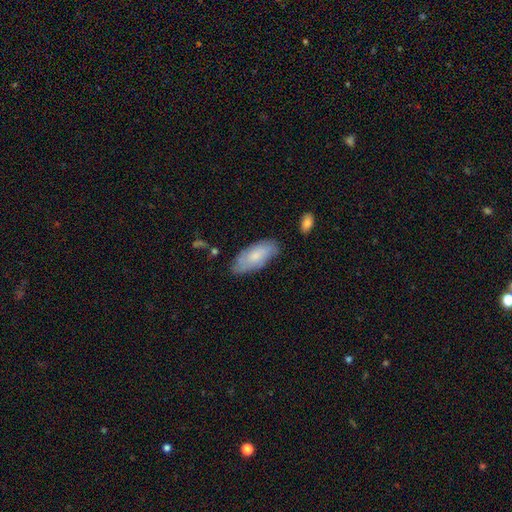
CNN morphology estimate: The model was most divided on "smooth or featured": smooth: 67%, featured or disk: 27%, star or artifact: 6%. More confident: how rounded — in between (86%); merging — none (73%).